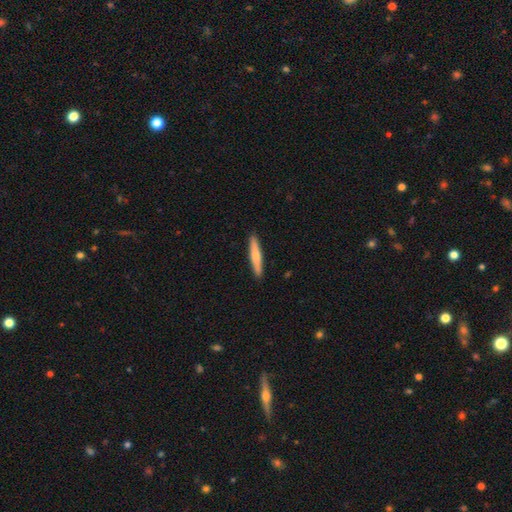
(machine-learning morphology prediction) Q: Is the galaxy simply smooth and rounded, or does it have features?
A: smooth — 69%.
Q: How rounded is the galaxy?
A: cigar-shaped — 93%.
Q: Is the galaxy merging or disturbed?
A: none — 91%.